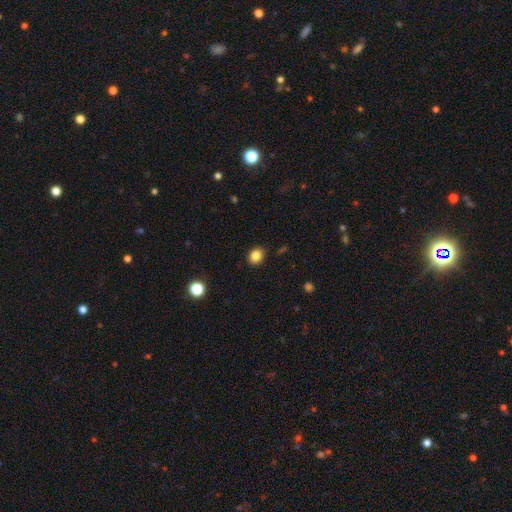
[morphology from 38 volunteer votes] smooth 84%, featured or disk 8%, star or artifact 8%. Down the decision tree: how rounded — round (75%); merging — none (89%).